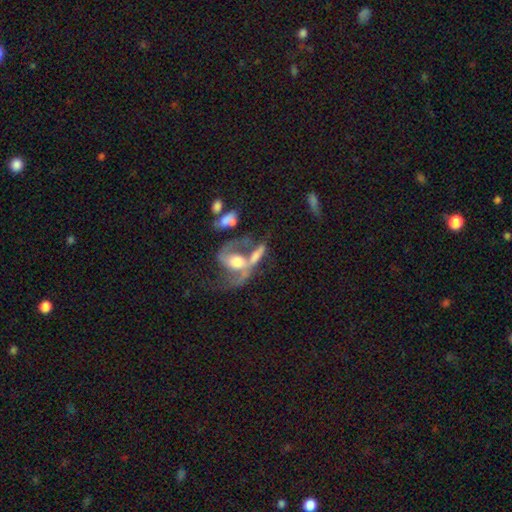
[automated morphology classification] Smooth or featured? featured or disk (70%)
Edge-on disk? no (90%)
Bar? no (50%)
Spiral arms? yes (79%)
Bulge size? moderate (51%)
Merging? merger (51%)